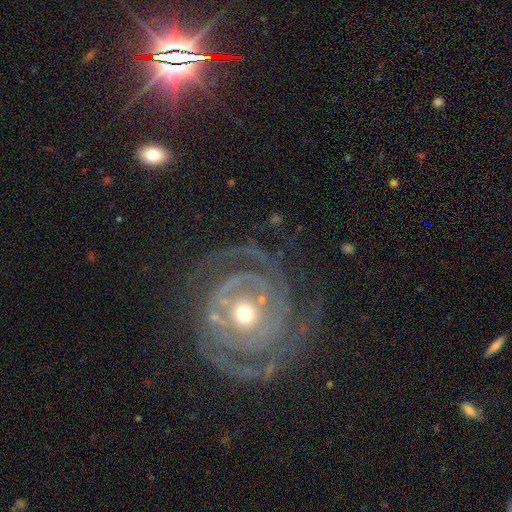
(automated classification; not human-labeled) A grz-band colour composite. It shows a featured or disk galaxy (89%) with no bar (67%), 2 (31%) tight (80%) spiral arms (96%) and a moderate central bulge (55%). Merging: none (72%).